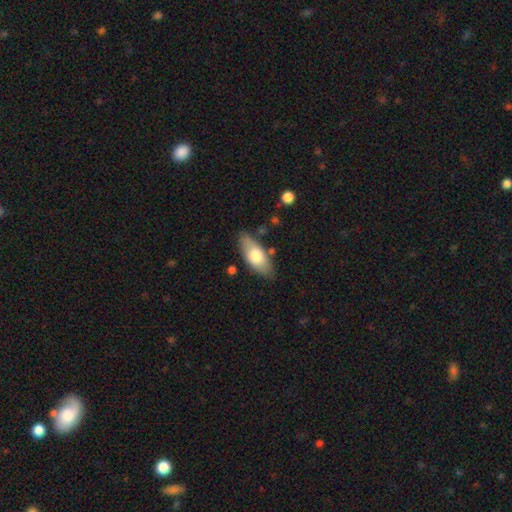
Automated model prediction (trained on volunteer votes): A smooth galaxy with no disk features (69%) that is in between round and cigar-shaped (80%). Merging: none (79%).